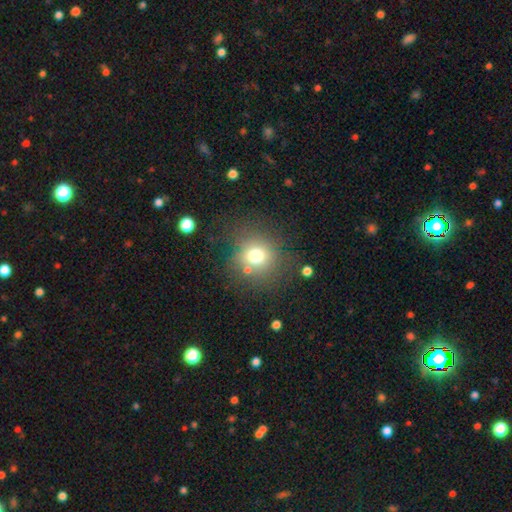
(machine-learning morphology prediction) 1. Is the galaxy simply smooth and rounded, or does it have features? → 72% smooth, 16% star or artifact, 12% featured or disk.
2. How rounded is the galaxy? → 87% round, 12% in between, 1% cigar-shaped.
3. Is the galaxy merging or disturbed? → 73% none, 13% minor disturbance, 7% major disturbance, 7% merger.